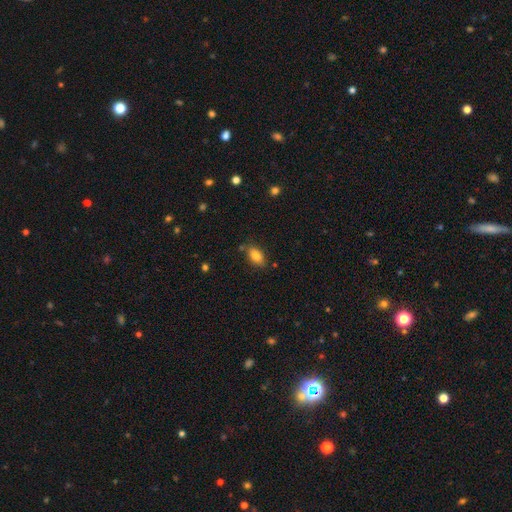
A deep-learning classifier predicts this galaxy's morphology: The model was most divided on "merging": none: 79%, minor disturbance: 14%, merger: 4%, major disturbance: 3%. More confident: how rounded — in between (89%); smooth or featured — smooth (81%).